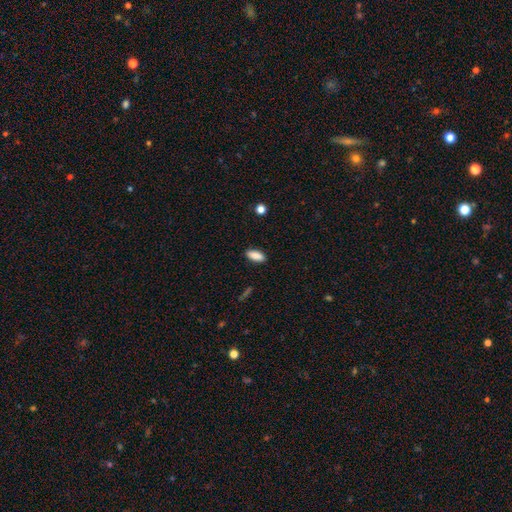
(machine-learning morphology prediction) smooth 88%, star or artifact 7%, featured or disk 5%. Down the decision tree: how rounded — in between (82%); merging — none (88%).